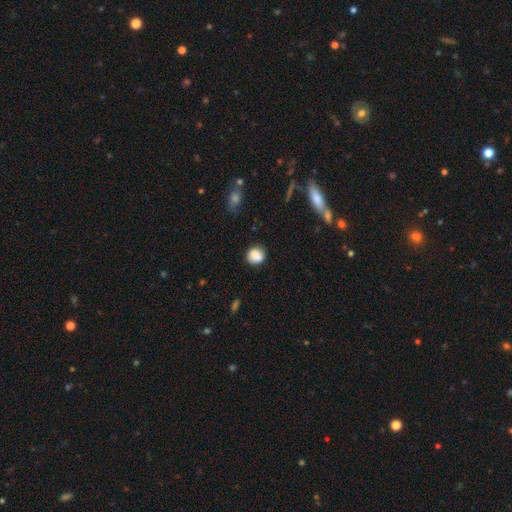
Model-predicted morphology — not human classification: This appears to be a smooth galaxy with no disk features (84%) that is round (78%). Merging: none (76%).